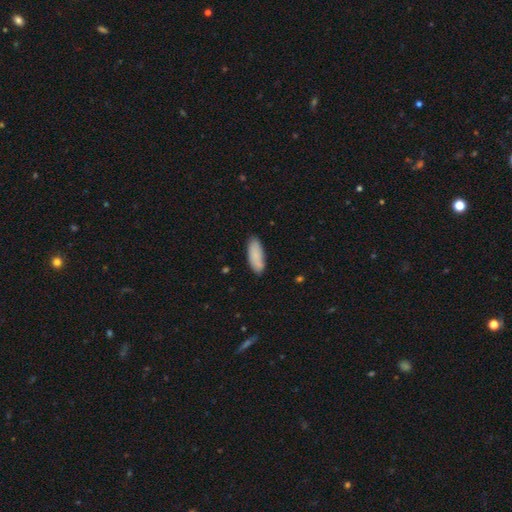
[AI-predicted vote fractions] Q: Smooth or featured?
A: smooth (87%); runner-up: featured or disk (7%)
Q: How rounded?
A: in between (79%); runner-up: cigar-shaped (20%)
Q: Merging?
A: none (81%); runner-up: minor disturbance (15%)